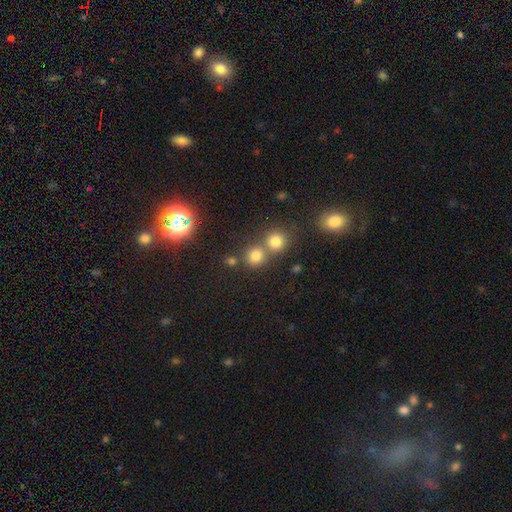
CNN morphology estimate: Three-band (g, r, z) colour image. It shows a smooth galaxy with no disk features (76%) that is round (87%). Merging: none (57%).